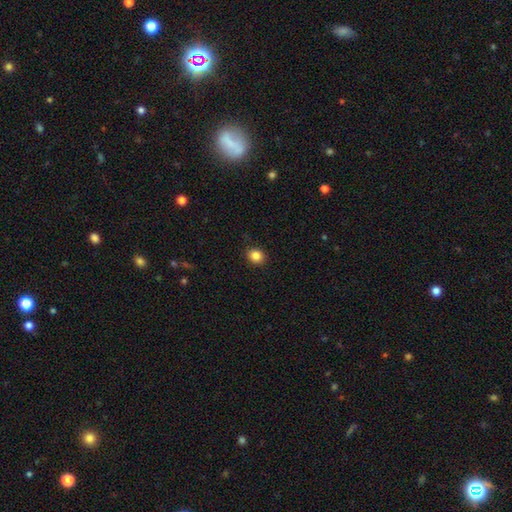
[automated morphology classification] Smooth or featured? Predicted: smooth (p=0.85). How rounded? Predicted: round (p=0.67). Merging? Predicted: none (p=0.89).